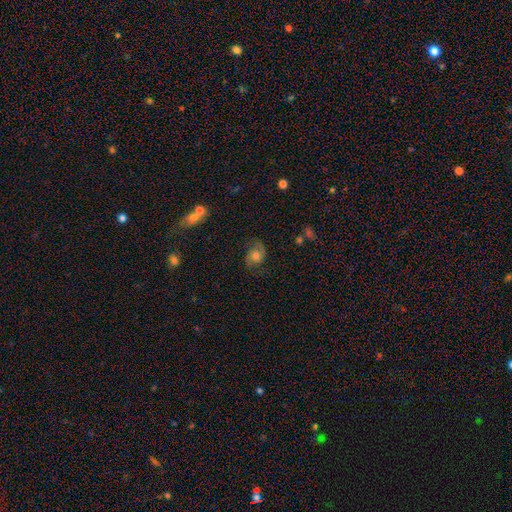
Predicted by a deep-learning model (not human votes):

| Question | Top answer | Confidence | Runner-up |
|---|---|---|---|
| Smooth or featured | featured or disk | 54% | smooth (35%) |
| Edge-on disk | no | 96% | yes (4%) |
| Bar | no | 72% | weak (24%) |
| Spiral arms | yes | 87% | no (13%) |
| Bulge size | moderate | 61% | large (19%) |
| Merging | none | 71% | minor disturbance (18%) |